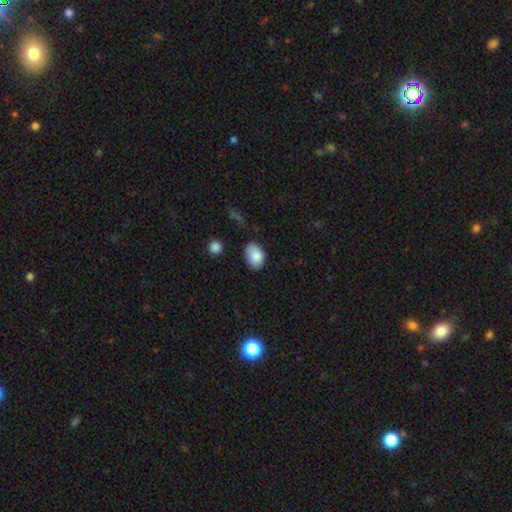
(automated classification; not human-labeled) Q: Smooth or featured?
A: smooth (87%); runner-up: star or artifact (7%)
Q: How rounded?
A: in between (84%); runner-up: round (15%)
Q: Merging?
A: none (72%); runner-up: minor disturbance (22%)